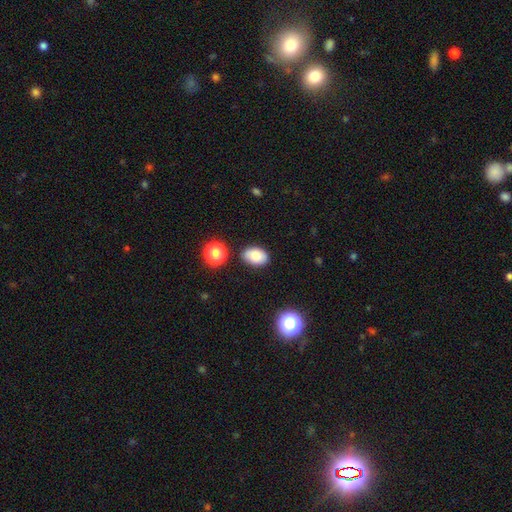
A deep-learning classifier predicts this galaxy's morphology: Smooth or featured? smooth (83%)
How rounded? in between (87%)
Merging? none (83%)